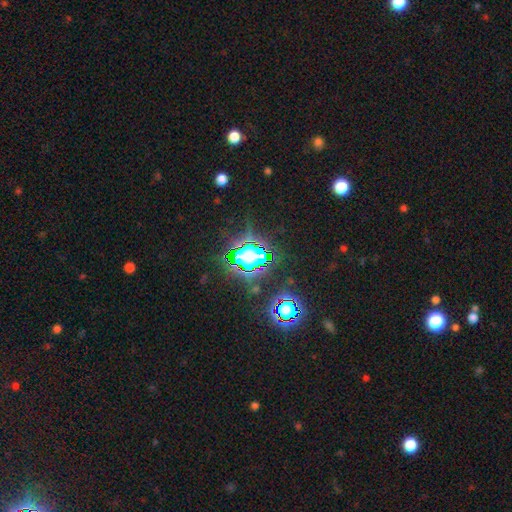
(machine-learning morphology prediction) This appears to be a star or artifact, not a galaxy (74%).